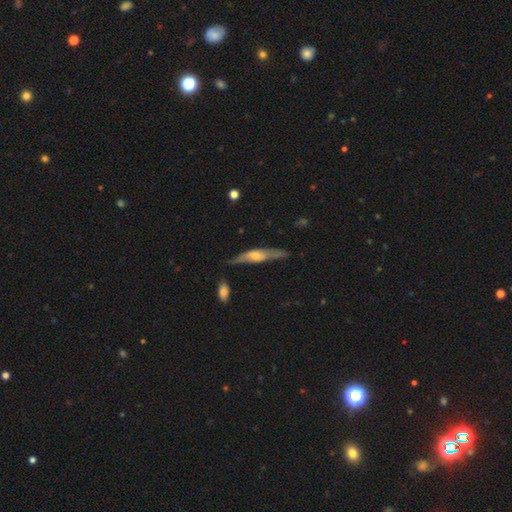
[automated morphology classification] smooth_or_featured: featured or disk (p=0.60) [alt: smooth p=0.35]
disk_edge_on: yes (p=0.81) [alt: no p=0.19]
merging: none (p=0.65) [alt: minor disturbance p=0.24]